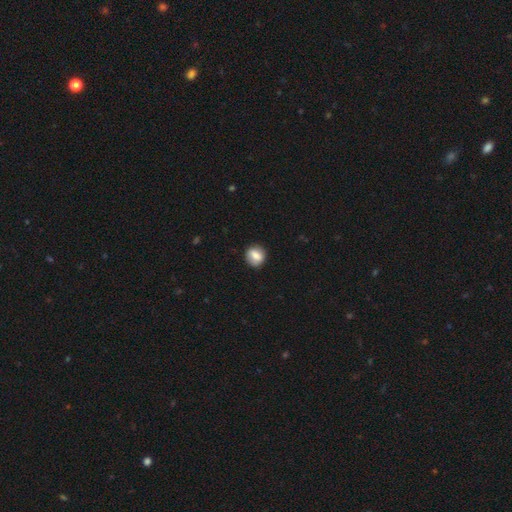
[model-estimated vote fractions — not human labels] Q: Smooth or featured?
A: smooth (75%); runner-up: featured or disk (17%)
Q: How rounded?
A: round (74%); runner-up: in between (24%)
Q: Merging?
A: none (87%); runner-up: minor disturbance (10%)